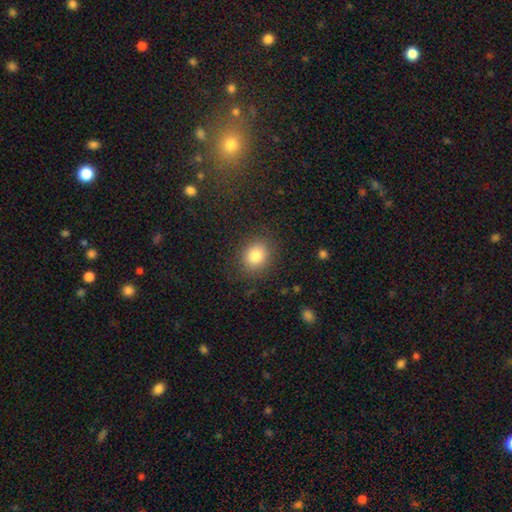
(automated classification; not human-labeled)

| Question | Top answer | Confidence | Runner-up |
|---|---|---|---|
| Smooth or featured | smooth | 82% | star or artifact (11%) |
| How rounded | round | 69% | in between (30%) |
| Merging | none | 86% | minor disturbance (9%) |